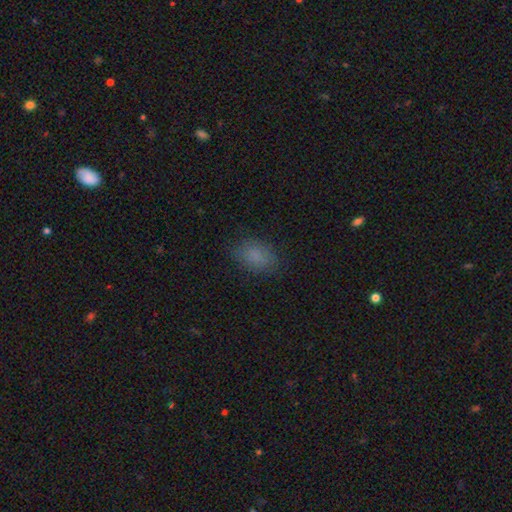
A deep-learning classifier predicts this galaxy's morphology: A smooth galaxy with no disk features (83%) that is in between round and cigar-shaped (84%).

Vote fractions:
- Smooth or featured? smooth: 83% / star or artifact: 11% / featured or disk: 6%
- How rounded? in between: 84% / round: 14% / cigar-shaped: 2%
- Merging? none: 80% / minor disturbance: 14% / major disturbance: 5% / merger: 1%